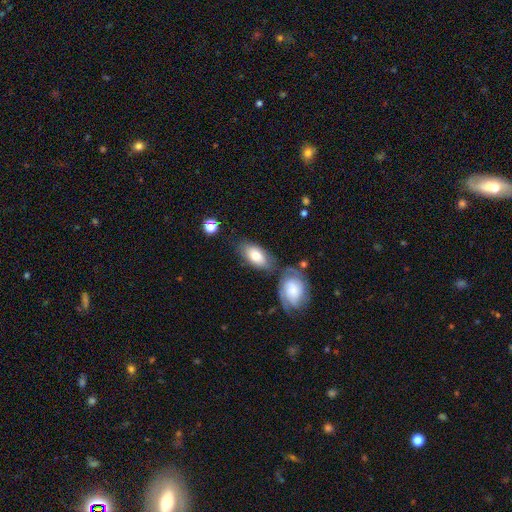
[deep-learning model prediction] Q: Smooth or featured?
A: smooth (76%); runner-up: featured or disk (18%)
Q: How rounded?
A: in between (92%); runner-up: cigar-shaped (4%)
Q: Merging?
A: none (59%); runner-up: merger (18%)